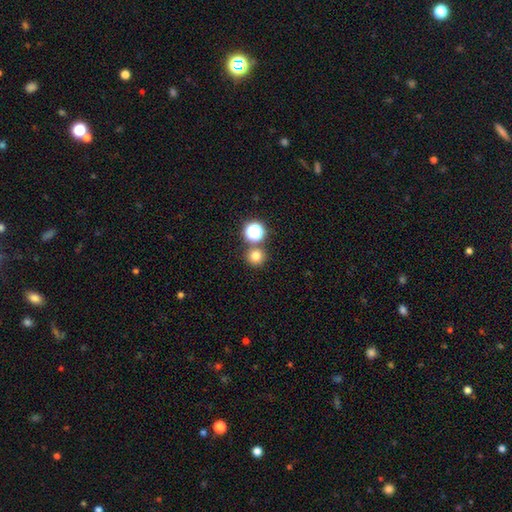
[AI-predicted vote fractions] This is likely a smooth galaxy (76%). How rounded: clearly round (93%). Merging: likely none (77%).